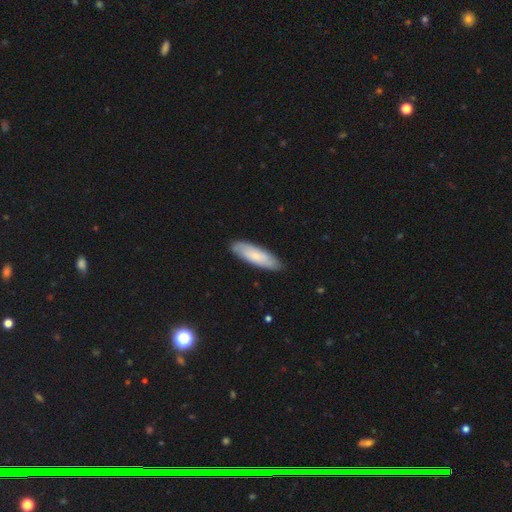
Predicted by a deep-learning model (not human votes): Smooth or featured?
  - smooth: 65% *
  - featured or disk: 29%
  - star or artifact: 5%
How rounded?
  - cigar-shaped: 51% *
  - in between: 48%
  - round: 2%
Merging?
  - none: 87% *
  - minor disturbance: 10%
  - major disturbance: 2%
  - merger: 1%